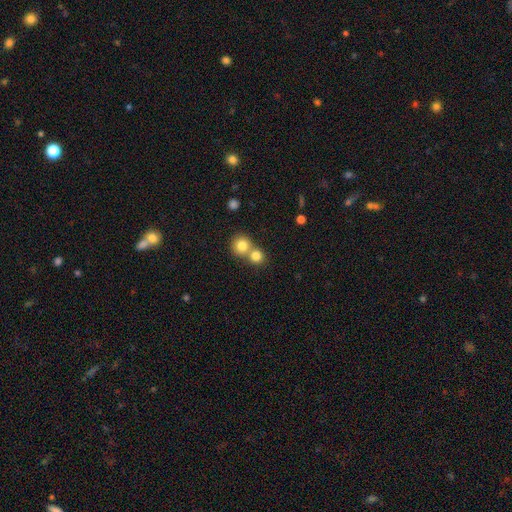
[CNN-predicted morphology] smooth 80%, star or artifact 11%, featured or disk 9%. Down the decision tree: how rounded — round (86%); merging — merger (49%).